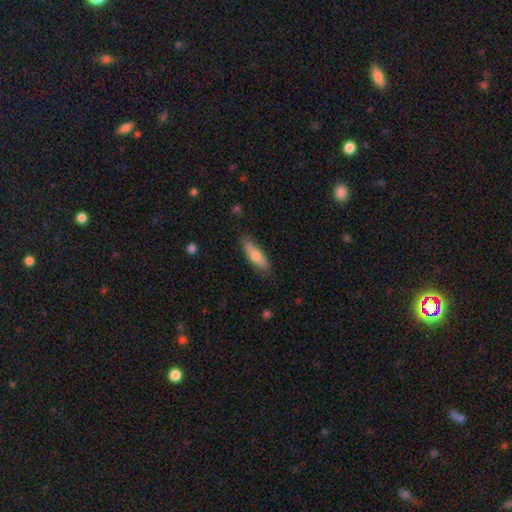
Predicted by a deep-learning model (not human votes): smooth 66%, featured or disk 28%, star or artifact 6%. Down the decision tree: how rounded — cigar-shaped (63%); merging — none (81%).